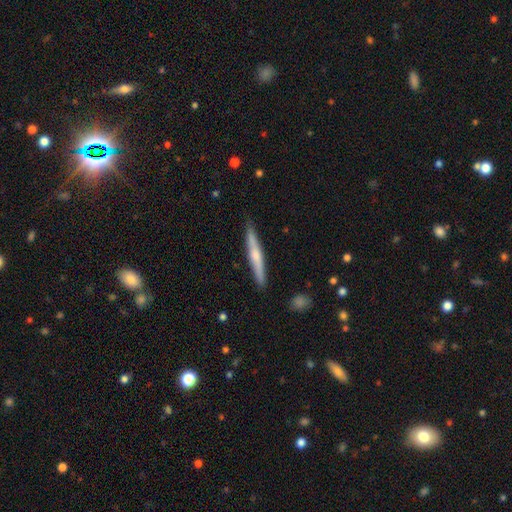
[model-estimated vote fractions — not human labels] featured or disk 50%, smooth 44%, star or artifact 6%. Down the decision tree: merging — none (88%).